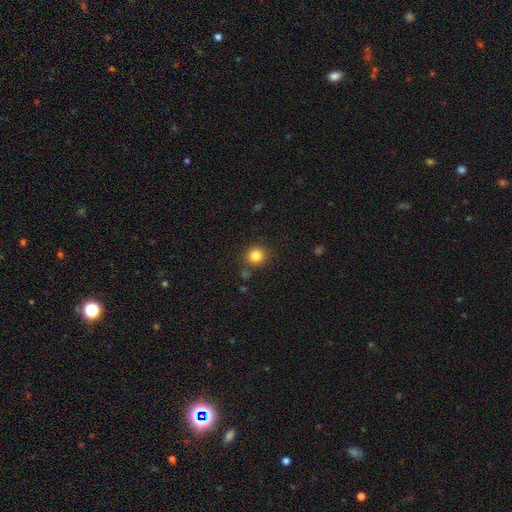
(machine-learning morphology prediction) smooth-or-featured: smooth: 84% | star or artifact: 11% | featured or disk: 5%
  how-rounded: round: 89% | in between: 10% | cigar-shaped: 1%
  merging: none: 82% | minor disturbance: 10% | merger: 5% | major disturbance: 3%